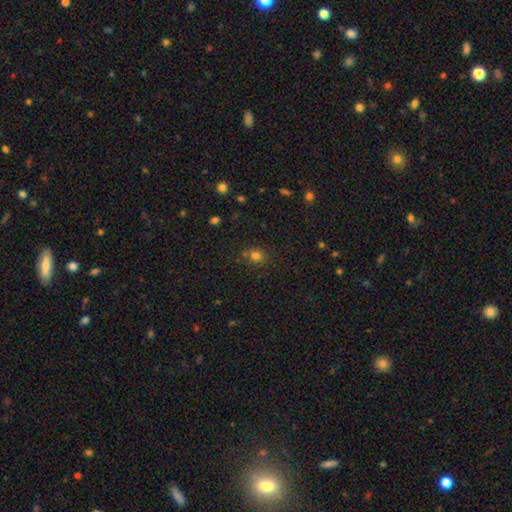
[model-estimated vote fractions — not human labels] Smooth or featured? smooth (76%)
How rounded? round (80%)
Merging? none (74%)